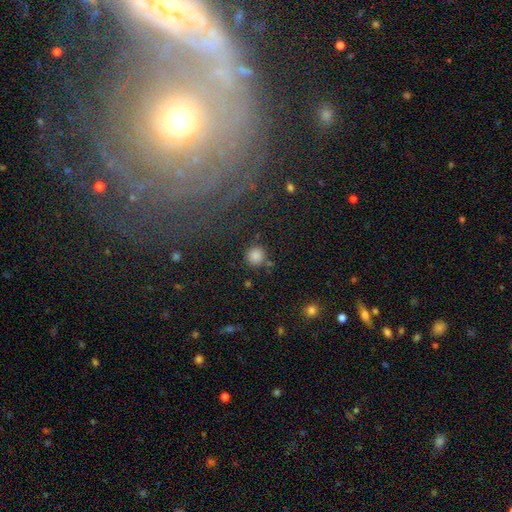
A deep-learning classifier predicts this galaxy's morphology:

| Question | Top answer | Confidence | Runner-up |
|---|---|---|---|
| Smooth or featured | smooth | 84% | star or artifact (11%) |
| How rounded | round | 93% | in between (6%) |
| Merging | none | 81% | minor disturbance (9%) |